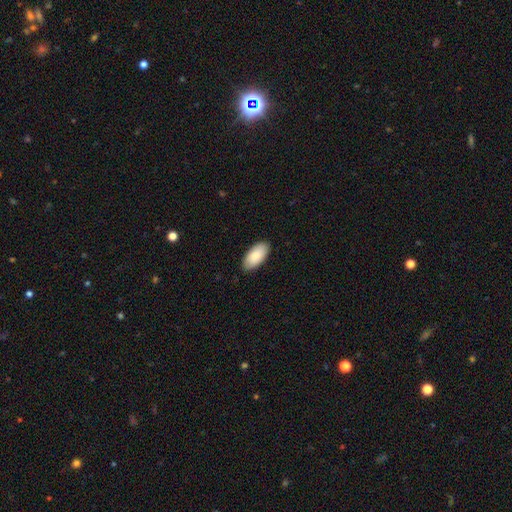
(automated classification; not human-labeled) This is clearly a smooth galaxy (88%). How rounded: clearly in between (95%). Merging: clearly none (88%).